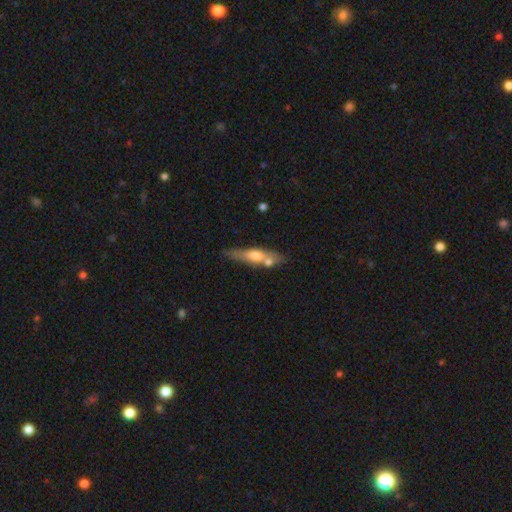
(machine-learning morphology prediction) smooth-or-featured: smooth: 50% | featured or disk: 44% | star or artifact: 6%
  merging: none: 61% | merger: 18% | minor disturbance: 17% | major disturbance: 5%